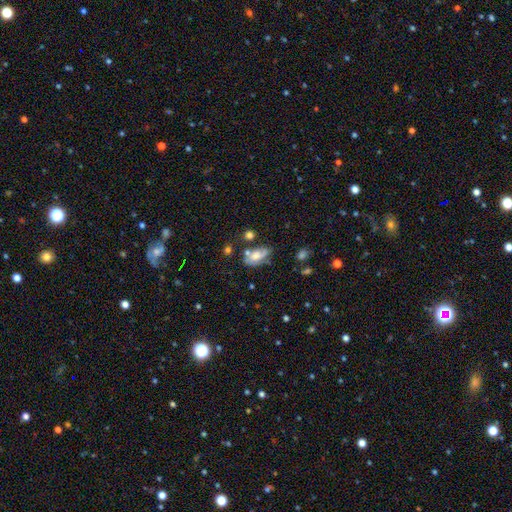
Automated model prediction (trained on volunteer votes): This appears to be a smooth galaxy with no disk features (52%) that is in between round and cigar-shaped (87%). Merging: none (39%).